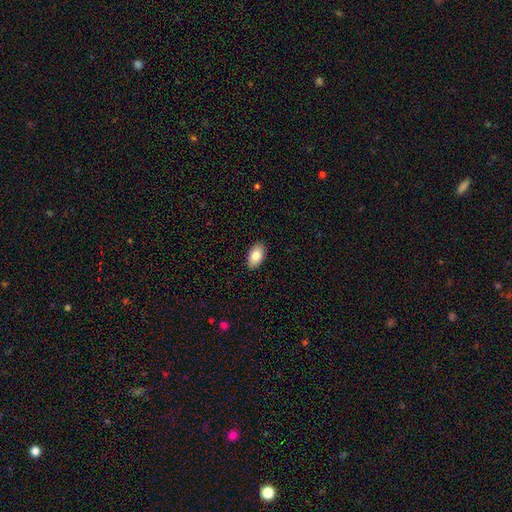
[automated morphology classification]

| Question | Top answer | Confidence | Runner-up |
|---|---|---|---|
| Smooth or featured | smooth | 84% | featured or disk (9%) |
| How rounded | in between | 94% | round (5%) |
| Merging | none | 90% | minor disturbance (8%) |